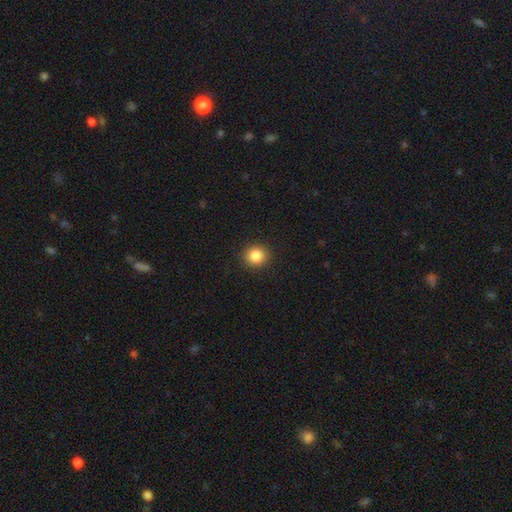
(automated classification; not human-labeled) A smooth galaxy with no disk features (85%) that is round (88%).

Vote fractions:
- Smooth or featured? smooth: 85% / star or artifact: 10% / featured or disk: 5%
- How rounded? round: 88% / in between: 11% / cigar-shaped: 1%
- Merging? none: 91% / minor disturbance: 6% / major disturbance: 2% / merger: 1%